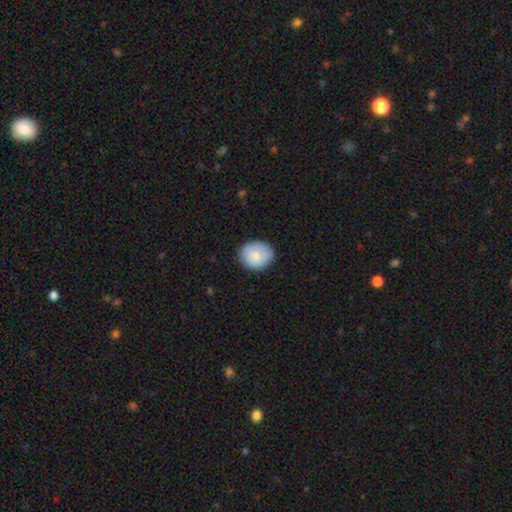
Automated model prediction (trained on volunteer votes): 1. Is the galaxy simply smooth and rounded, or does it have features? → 77% smooth, 16% featured or disk, 7% star or artifact.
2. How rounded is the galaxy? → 65% round, 34% in between, 1% cigar-shaped.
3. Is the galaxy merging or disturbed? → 80% none, 16% minor disturbance, 3% major disturbance, 1% merger.